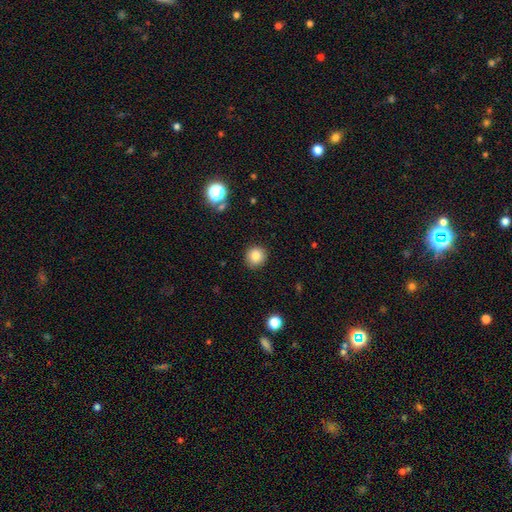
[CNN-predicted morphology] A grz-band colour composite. It shows a smooth galaxy with no disk features (84%) that is round (91%). Merging: none (90%).